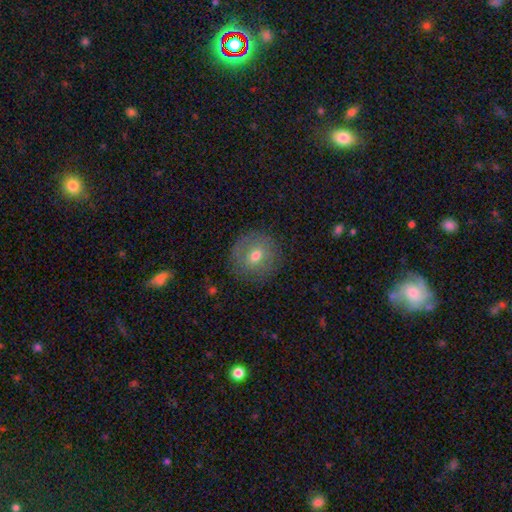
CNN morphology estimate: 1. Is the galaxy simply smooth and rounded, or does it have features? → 61% smooth, 29% featured or disk, 10% star or artifact.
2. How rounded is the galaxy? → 88% round, 11% in between, 1% cigar-shaped.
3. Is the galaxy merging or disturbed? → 84% none, 11% minor disturbance, 4% major disturbance, 1% merger.